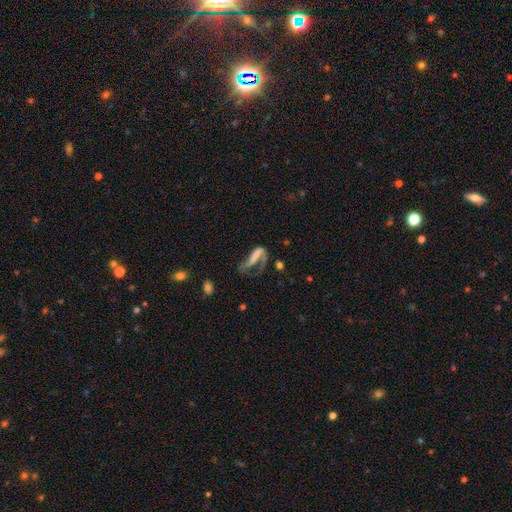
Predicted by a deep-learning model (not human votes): Smooth or featured?
  - featured or disk: 51% *
  - smooth: 38%
  - star or artifact: 11%
Edge-on disk?
  - no: 88% *
  - yes: 12%
Merging?
  - major disturbance: 54% *
  - none: 23%
  - minor disturbance: 14%
  - merger: 9%